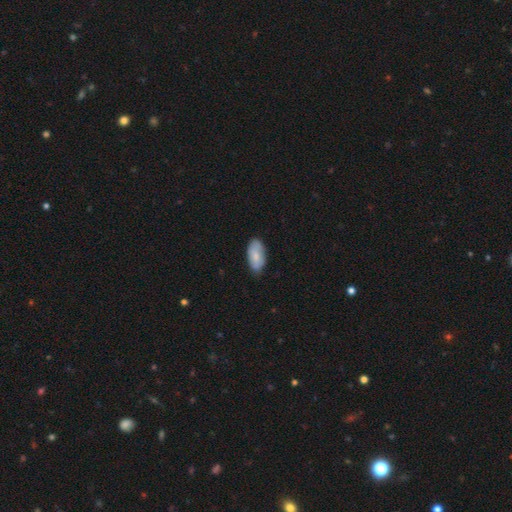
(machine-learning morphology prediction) smooth 79%, featured or disk 16%, star or artifact 6%. Down the decision tree: how rounded — in between (94%); merging — none (77%).